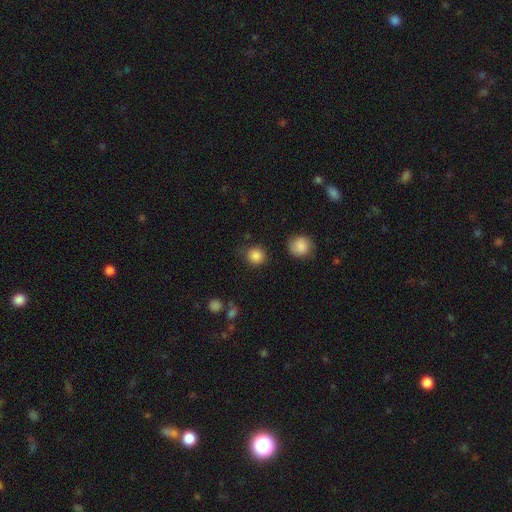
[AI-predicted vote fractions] A smooth galaxy with no disk features (86%) that is round (92%). Merging: none (82%).